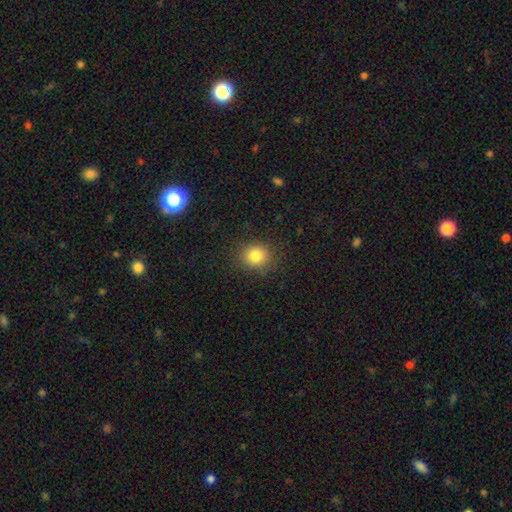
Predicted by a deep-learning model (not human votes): Smooth or featured?
  - smooth: 82% *
  - star or artifact: 12%
  - featured or disk: 6%
How rounded?
  - round: 80% *
  - in between: 19%
  - cigar-shaped: 1%
Merging?
  - none: 86% *
  - minor disturbance: 10%
  - major disturbance: 3%
  - merger: 1%